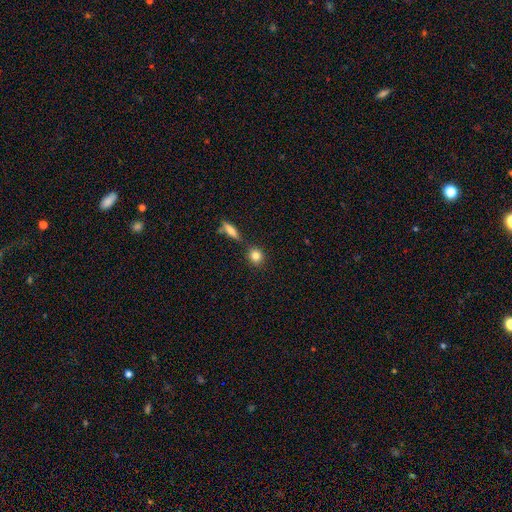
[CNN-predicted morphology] Smooth or featured? smooth (83%)
How rounded? round (81%)
Merging? none (78%)